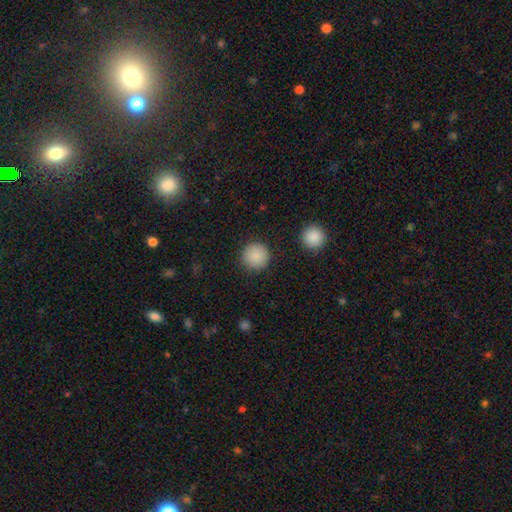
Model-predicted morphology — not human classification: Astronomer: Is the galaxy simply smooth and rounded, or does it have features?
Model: smooth — 88%.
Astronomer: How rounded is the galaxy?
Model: round — 96%.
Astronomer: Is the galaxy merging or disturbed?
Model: none — 90%.